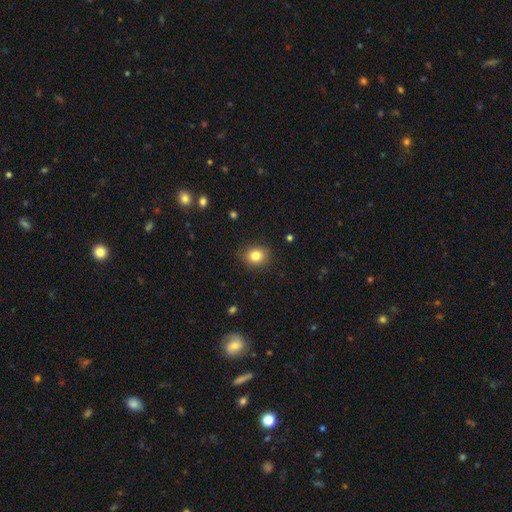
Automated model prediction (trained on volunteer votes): Q: Smooth or featured?
A: smooth (83%); runner-up: star or artifact (11%)
Q: How rounded?
A: round (71%); runner-up: in between (28%)
Q: Merging?
A: none (88%); runner-up: minor disturbance (9%)